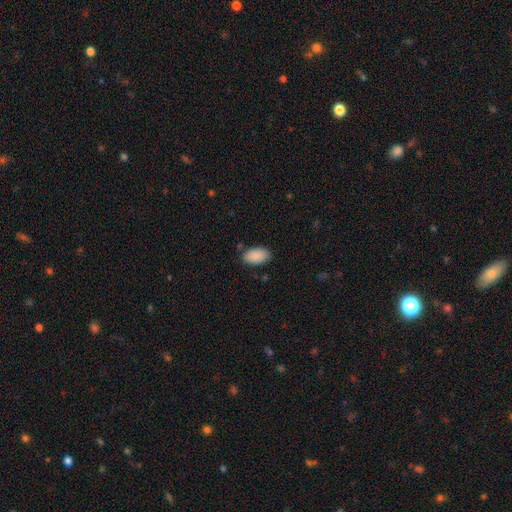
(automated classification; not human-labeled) Q: Smooth or featured?
A: smooth (90%); runner-up: star or artifact (6%)
Q: How rounded?
A: in between (94%); runner-up: round (4%)
Q: Merging?
A: none (80%); runner-up: minor disturbance (15%)